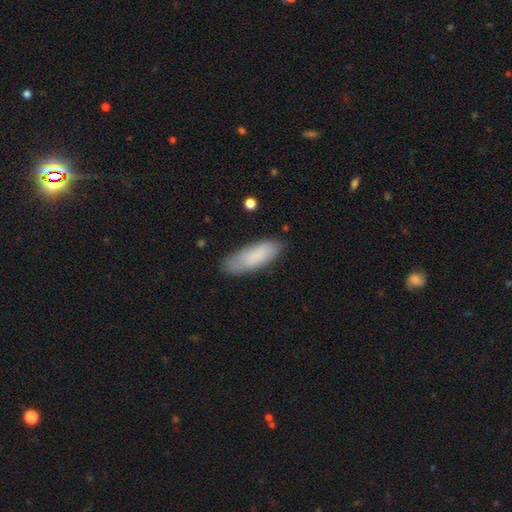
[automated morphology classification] This appears to be a smooth galaxy with no disk features (83%) that is in between round and cigar-shaped (64%). Merging: none (77%).